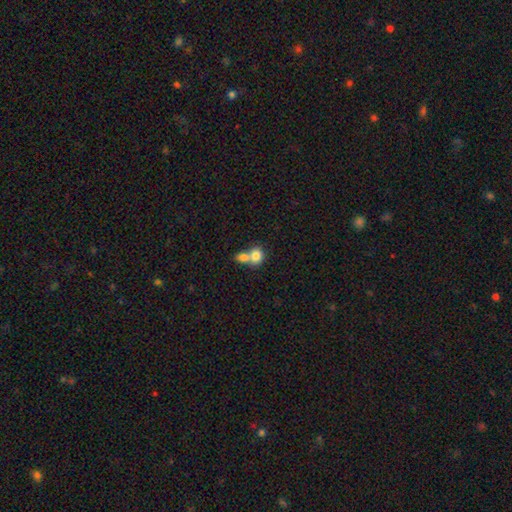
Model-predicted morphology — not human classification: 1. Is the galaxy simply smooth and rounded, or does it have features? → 79% smooth, 12% featured or disk, 8% star or artifact.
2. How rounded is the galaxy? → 64% round, 35% in between, 1% cigar-shaped.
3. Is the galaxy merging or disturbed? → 69% merger, 23% none, 5% minor disturbance, 3% major disturbance.